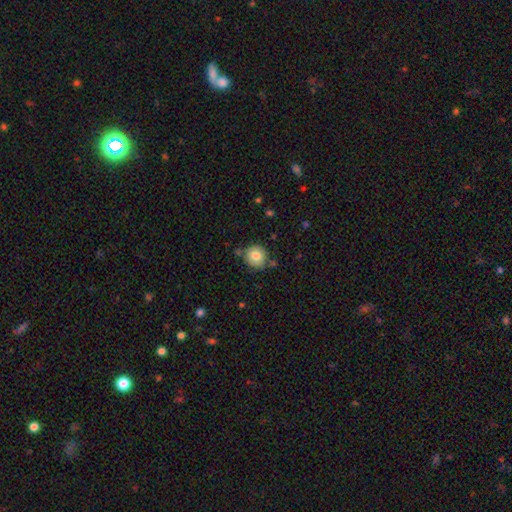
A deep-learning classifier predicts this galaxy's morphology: smooth_or_featured: smooth (p=0.78) [alt: featured or disk p=0.13]
how_rounded: round (p=0.88) [alt: in between p=0.11]
merging: none (p=0.76) [alt: minor disturbance p=0.15]